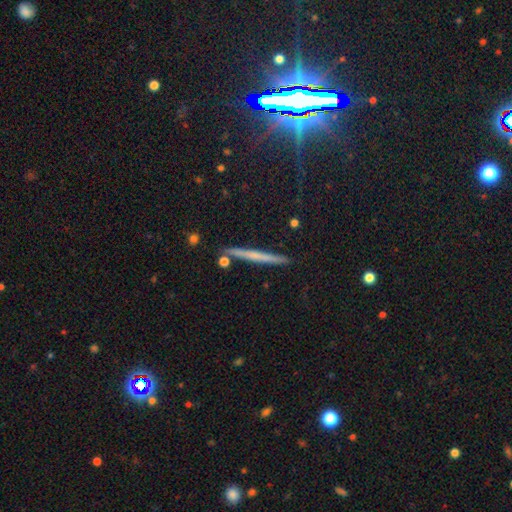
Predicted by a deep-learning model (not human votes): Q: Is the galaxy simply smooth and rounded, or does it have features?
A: featured or disk — 48%.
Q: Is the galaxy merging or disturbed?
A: none — 88%.